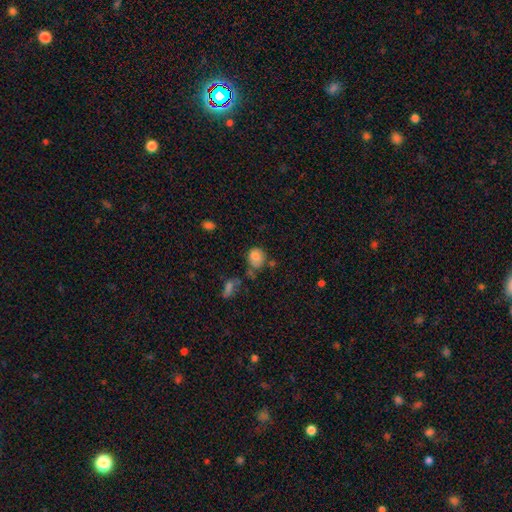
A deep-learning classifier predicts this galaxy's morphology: Smooth or featured?
  - smooth: 81% *
  - star or artifact: 10%
  - featured or disk: 9%
How rounded?
  - round: 68% *
  - in between: 31%
  - cigar-shaped: 1%
Merging?
  - none: 51% *
  - minor disturbance: 23%
  - merger: 16%
  - major disturbance: 10%